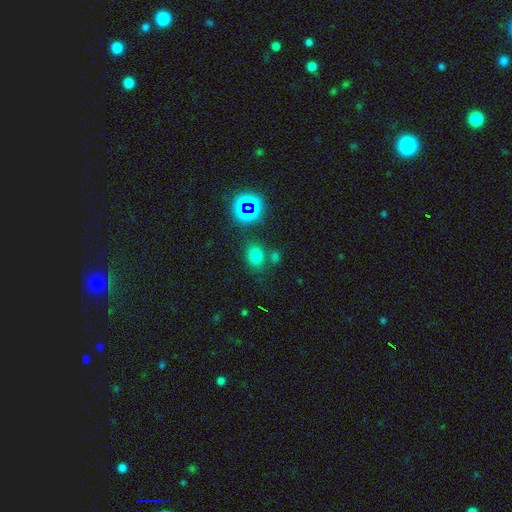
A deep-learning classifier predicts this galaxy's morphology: Smooth or featured? smooth (69%)
How rounded? round (52%)
Merging? none (73%)